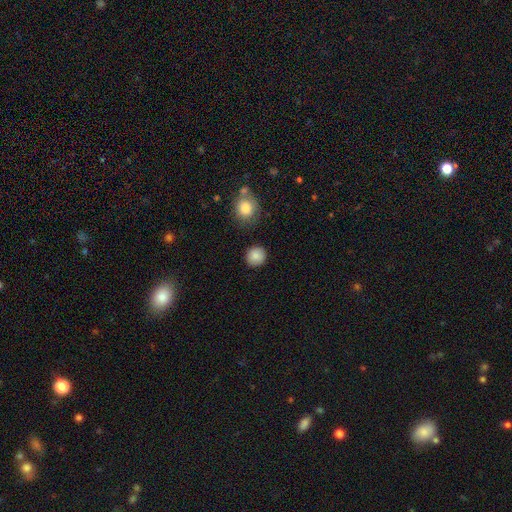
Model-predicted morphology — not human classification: smooth-or-featured: smooth: 87% | star or artifact: 9% | featured or disk: 4%
  how-rounded: round: 91% | in between: 8% | cigar-shaped: 1%
  merging: none: 88% | minor disturbance: 7% | major disturbance: 2% | merger: 2%